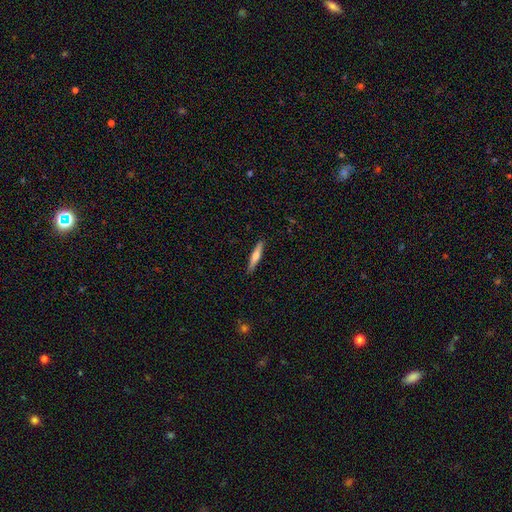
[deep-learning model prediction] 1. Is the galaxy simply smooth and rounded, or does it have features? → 49% smooth, 45% featured or disk, 6% star or artifact.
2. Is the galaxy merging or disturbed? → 90% none, 7% minor disturbance, 2% major disturbance, 1% merger.